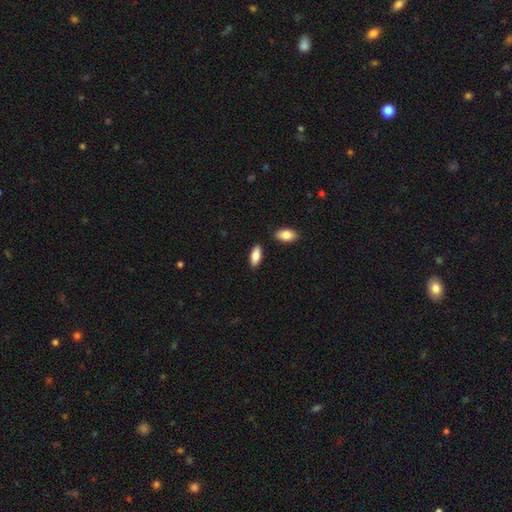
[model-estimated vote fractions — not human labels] smooth_or_featured: smooth (p=0.83) [alt: featured or disk p=0.11]
how_rounded: in between (p=0.83) [alt: cigar-shaped p=0.15]
merging: none (p=0.85) [alt: minor disturbance p=0.09]